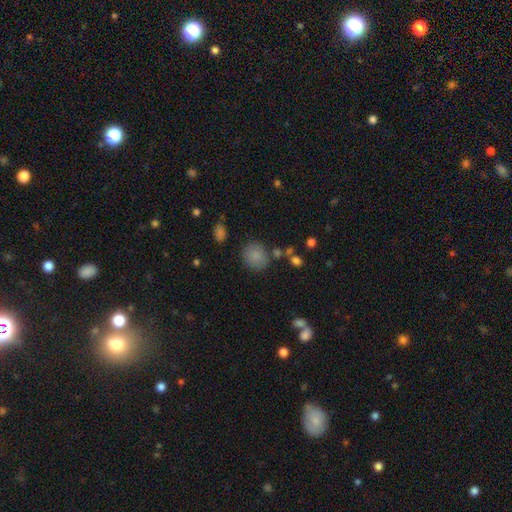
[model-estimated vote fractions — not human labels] A smooth galaxy with no disk features (84%) that is round (82%).

Vote fractions:
- Smooth or featured? smooth: 84% / star or artifact: 10% / featured or disk: 6%
- How rounded? round: 82% / in between: 17% / cigar-shaped: 1%
- Merging? none: 79% / minor disturbance: 12% / merger: 5% / major disturbance: 4%